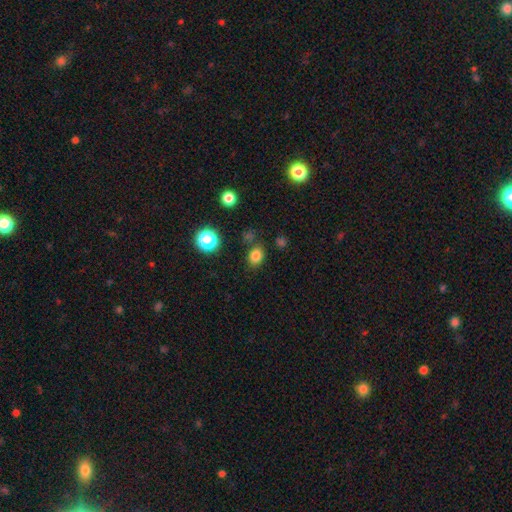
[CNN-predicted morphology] smooth 80%, star or artifact 15%, featured or disk 5%. Down the decision tree: how rounded — round (51%); merging — none (79%).